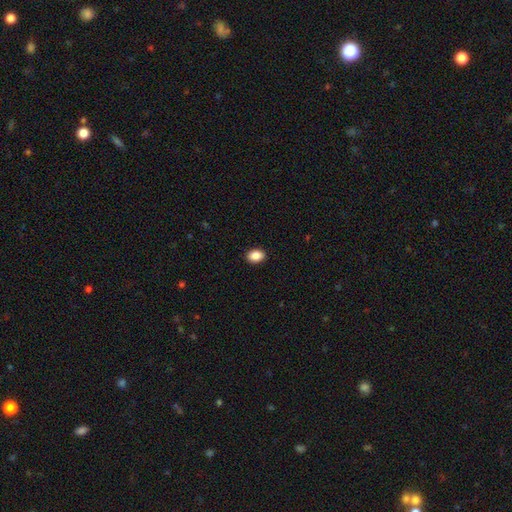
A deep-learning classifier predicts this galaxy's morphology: The model was most divided on "how rounded": in between: 76%, round: 23%, cigar-shaped: 1%. More confident: merging — none (91%); smooth or featured — smooth (89%).